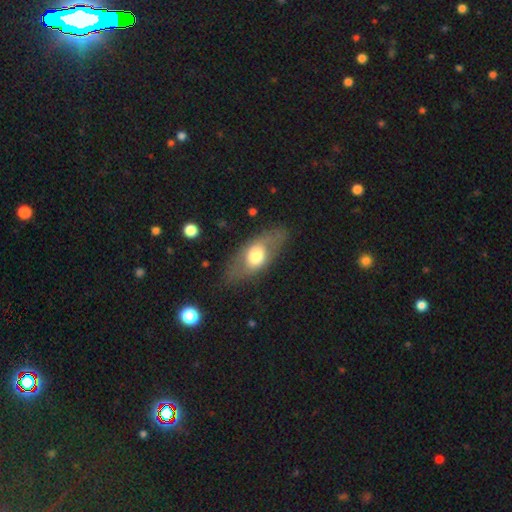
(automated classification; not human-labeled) Smooth or featured: smooth — 54% (featured or disk — 39%)
How rounded: in between — 81% (cigar-shaped — 10%)
Merging: none — 74% (minor disturbance — 16%)